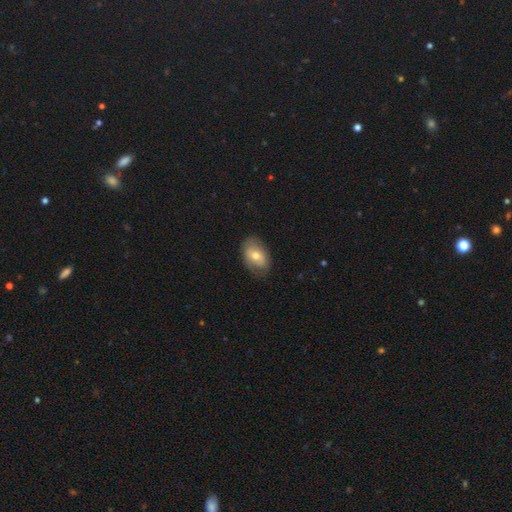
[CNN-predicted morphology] type=smooth (60%); roundness=in between (84%); merging=none (78%).